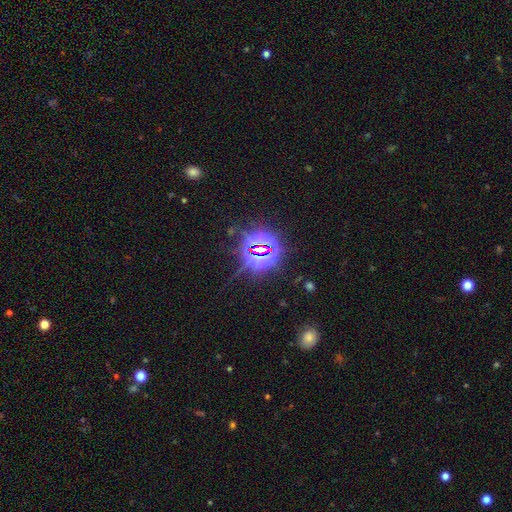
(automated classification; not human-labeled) A star or artifact, not a galaxy (82%).

Vote fractions:
- Smooth or featured? star or artifact: 82% / smooth: 12% / featured or disk: 6%